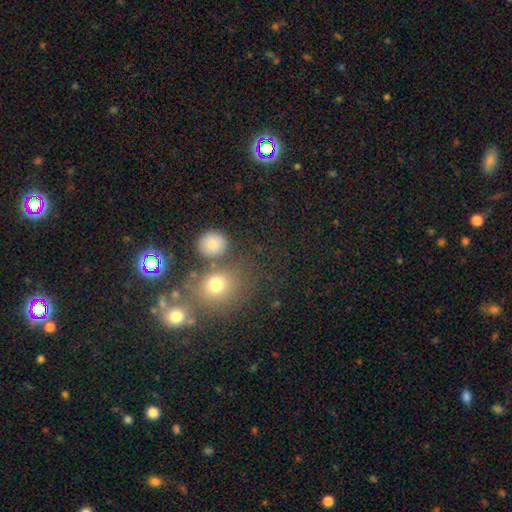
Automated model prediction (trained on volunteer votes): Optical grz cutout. It shows a smooth galaxy with no disk features (52%) that is round (77%). Merging: none (67%).